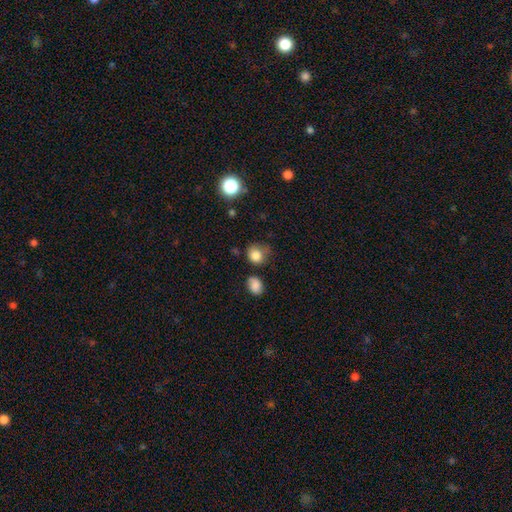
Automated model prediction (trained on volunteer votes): Smooth or featured: smooth — 81% (star or artifact — 12%)
How rounded: round — 71% (in between — 28%)
Merging: none — 52% (minor disturbance — 31%)